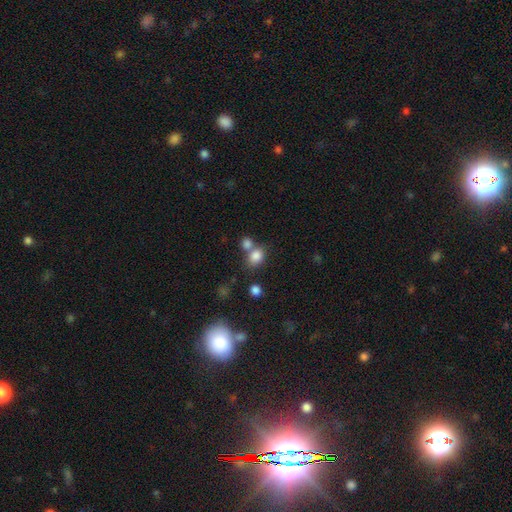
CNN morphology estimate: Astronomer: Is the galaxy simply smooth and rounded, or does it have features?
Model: smooth — 81%.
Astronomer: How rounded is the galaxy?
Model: in between — 50% (runner-up: round, 49%).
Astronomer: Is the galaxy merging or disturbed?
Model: none — 49% (runner-up: merger, 37%).